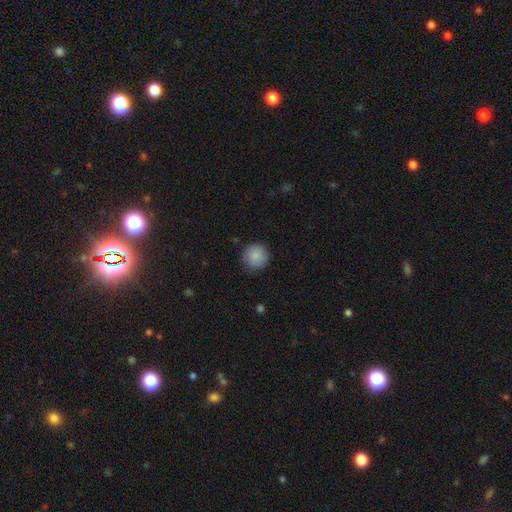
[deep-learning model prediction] The model was most divided on "merging": none: 83%, minor disturbance: 13%, major disturbance: 3%, merger: 1%. More confident: how rounded — round (93%); smooth or featured — smooth (85%).